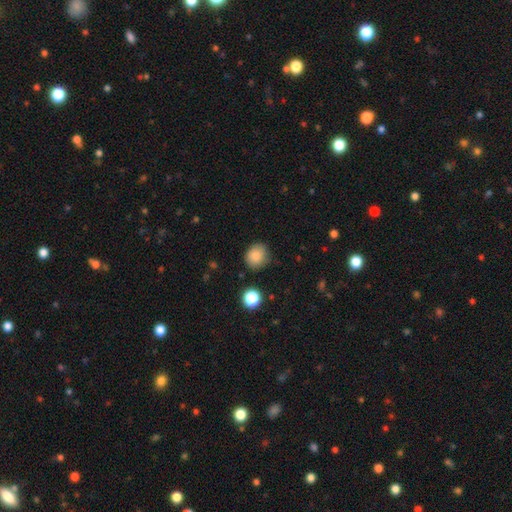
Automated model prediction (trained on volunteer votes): Overall: smooth (85%). How rounded: round (77%). Merging: none (79%).